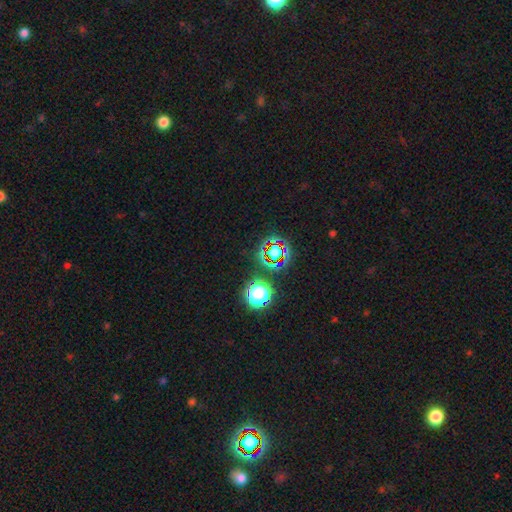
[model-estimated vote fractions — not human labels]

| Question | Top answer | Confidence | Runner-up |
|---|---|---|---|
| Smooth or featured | star or artifact | 75% | smooth (17%) |